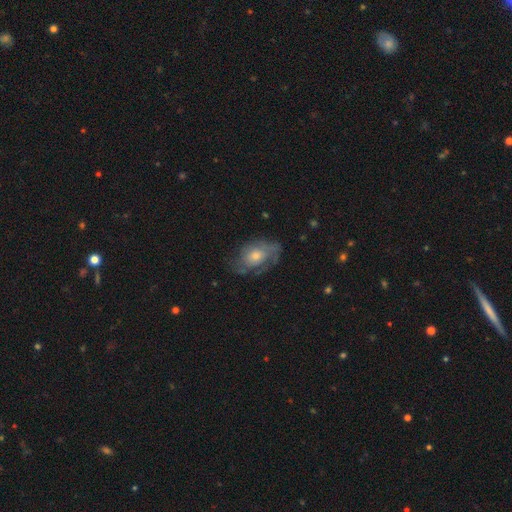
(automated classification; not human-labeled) Morphology: type=featured or disk (66%); edge-on=no (95%); bar=no (79%); spiral arms=yes (79%); bulge=moderate (55%); merging=none (62%).